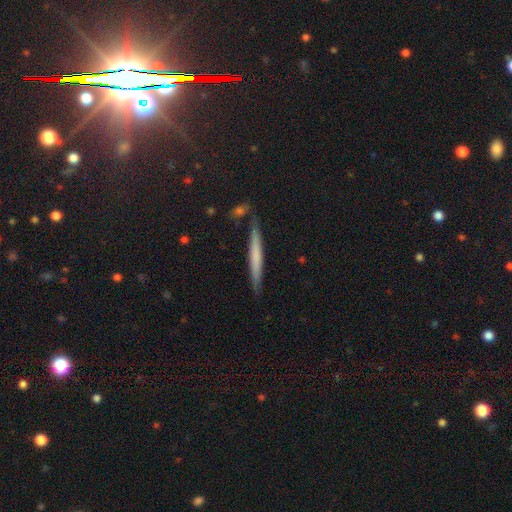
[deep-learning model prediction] smooth-or-featured: smooth: 56% | featured or disk: 38% | star or artifact: 6%
  how-rounded: cigar-shaped: 96% | in between: 3% | round: 1%
  merging: none: 85% | minor disturbance: 10% | merger: 3% | major disturbance: 2%